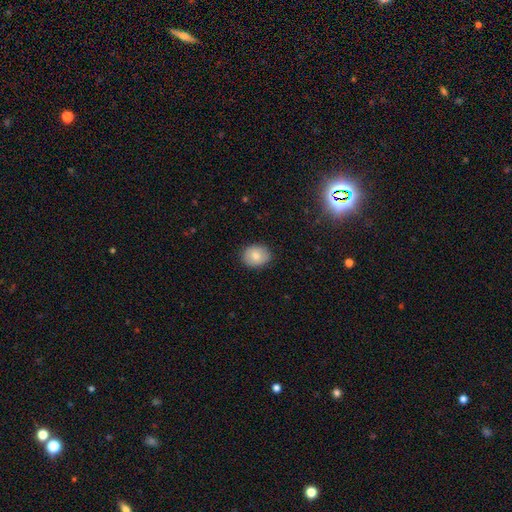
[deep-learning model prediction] A smooth galaxy with no disk features (80%) that is round (55%). Merging: none (87%).